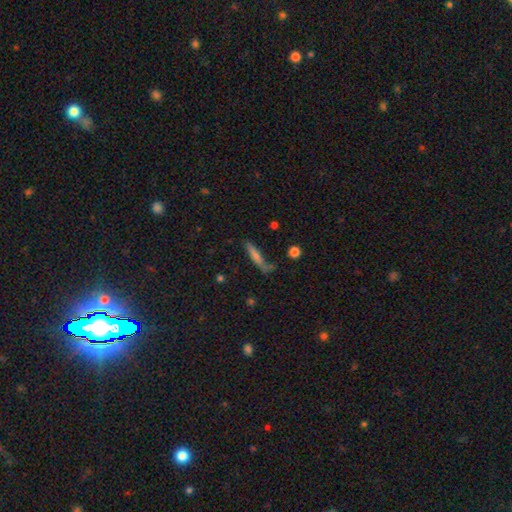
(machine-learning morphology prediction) Smooth or featured? smooth (56%)
How rounded? cigar-shaped (88%)
Merging? none (62%)